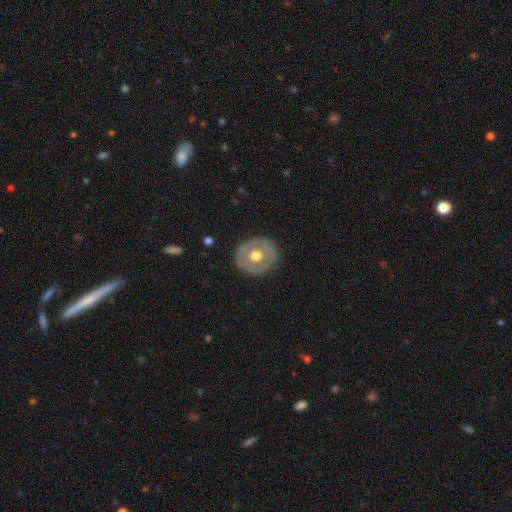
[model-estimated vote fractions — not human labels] The model was most divided on "smooth or featured": featured or disk: 53%, smooth: 42%, star or artifact: 5%. More confident: edge-on disk — no (94%); merging — none (83%).